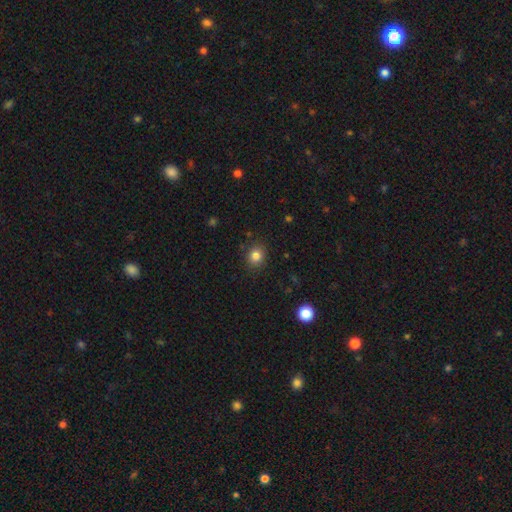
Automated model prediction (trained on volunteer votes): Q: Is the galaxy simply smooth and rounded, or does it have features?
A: smooth — 83%.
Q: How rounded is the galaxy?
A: round — 73%.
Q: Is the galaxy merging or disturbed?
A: none — 88%.